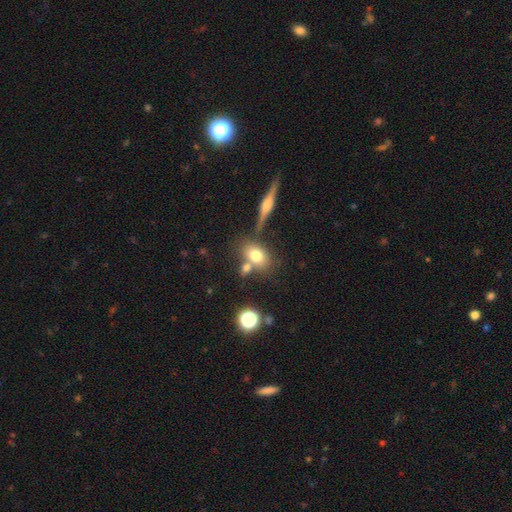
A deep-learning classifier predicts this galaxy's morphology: A smooth galaxy with no disk features (72%) that is in between round and cigar-shaped (68%).

Vote fractions:
- Smooth or featured? smooth: 72% / featured or disk: 16% / star or artifact: 11%
- How rounded? in between: 68% / round: 28% / cigar-shaped: 3%
- Merging? none: 55% / merger: 28% / minor disturbance: 12% / major disturbance: 5%